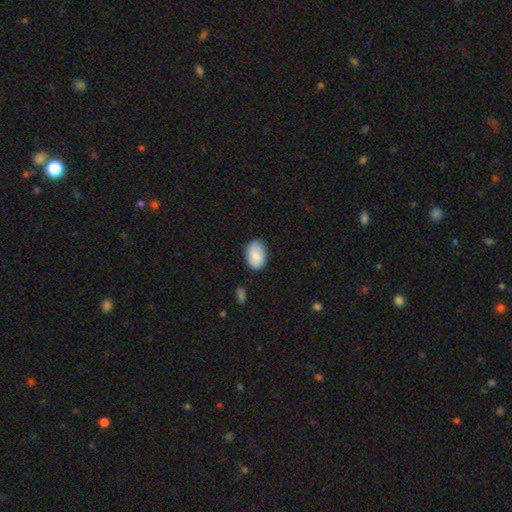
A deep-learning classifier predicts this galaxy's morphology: Smooth or featured: smooth — 87% (featured or disk — 7%)
How rounded: in between — 87% (round — 12%)
Merging: none — 80% (minor disturbance — 16%)